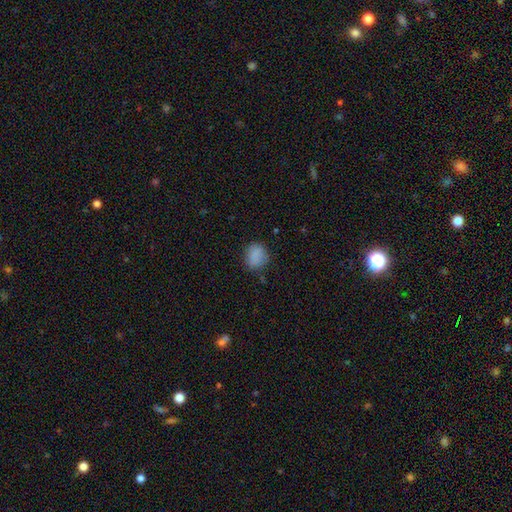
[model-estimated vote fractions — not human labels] The model was most divided on "how rounded": round: 68%, in between: 31%, cigar-shaped: 1%. More confident: smooth or featured — smooth (85%); merging — none (77%).